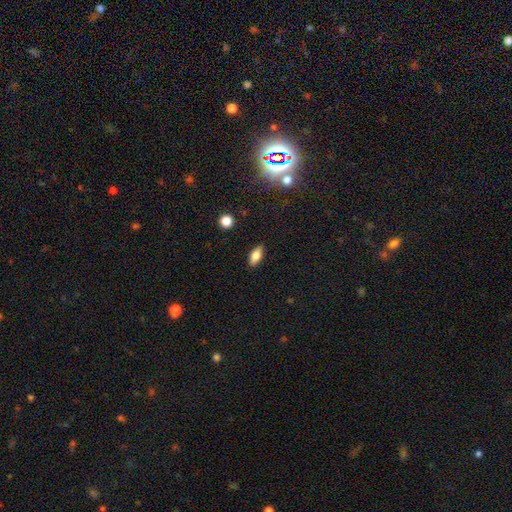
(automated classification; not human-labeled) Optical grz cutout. It shows a smooth galaxy with no disk features (75%) that is in between round and cigar-shaped (85%). Merging: none (88%).